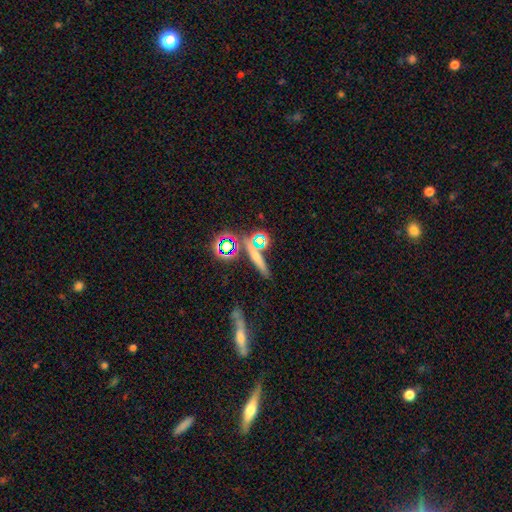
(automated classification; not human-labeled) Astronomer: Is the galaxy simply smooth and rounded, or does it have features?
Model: smooth — 52% (runner-up: star or artifact, 28%).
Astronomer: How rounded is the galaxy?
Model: cigar-shaped — 69%.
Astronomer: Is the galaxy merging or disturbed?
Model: none — 74%.